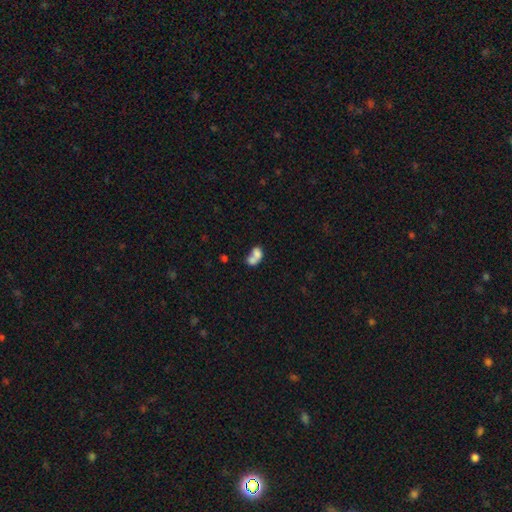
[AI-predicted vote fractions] Q: Smooth or featured?
A: smooth (71%); runner-up: featured or disk (19%)
Q: How rounded?
A: in between (69%); runner-up: round (29%)
Q: Merging?
A: merger (73%); runner-up: none (15%)